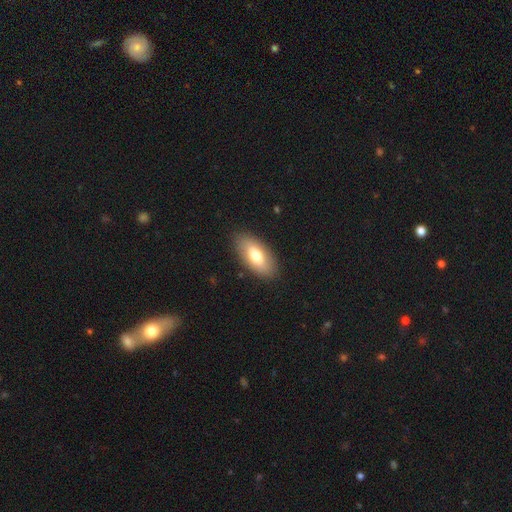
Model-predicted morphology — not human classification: A smooth galaxy with no disk features (71%) that is in between round and cigar-shaped (90%).

Vote fractions:
- Smooth or featured? smooth: 71% / featured or disk: 23% / star or artifact: 6%
- How rounded? in between: 90% / cigar-shaped: 7% / round: 3%
- Merging? none: 87% / minor disturbance: 10% / major disturbance: 3% / merger: 1%